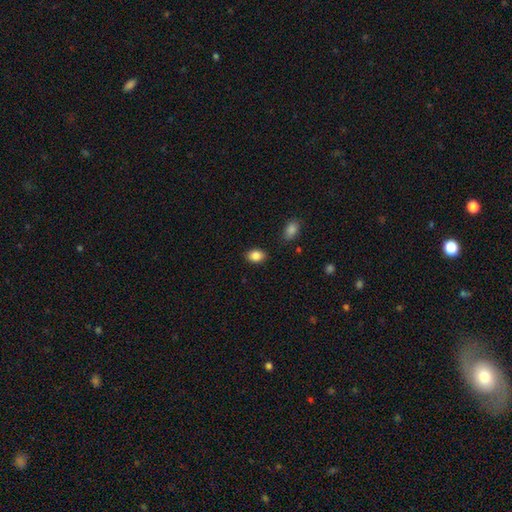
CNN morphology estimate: Smooth or featured?
  - smooth: 87% *
  - star or artifact: 9%
  - featured or disk: 5%
How rounded?
  - in between: 75% *
  - round: 24%
  - cigar-shaped: 1%
Merging?
  - none: 86% *
  - minor disturbance: 10%
  - major disturbance: 3%
  - merger: 2%